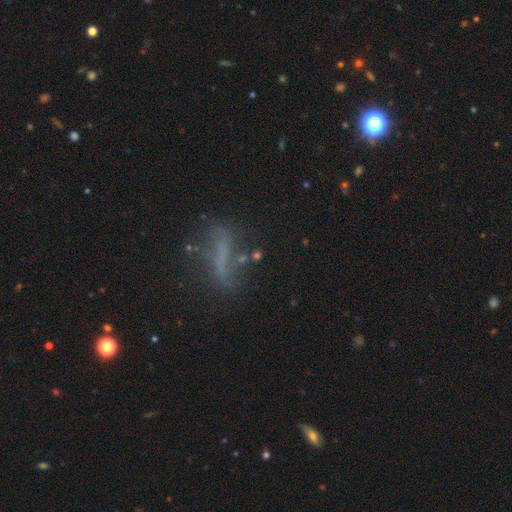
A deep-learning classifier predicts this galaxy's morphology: smooth-or-featured: featured or disk: 46% | smooth: 36% | star or artifact: 18%
  merging: none: 51% | minor disturbance: 22% | major disturbance: 20% | merger: 8%